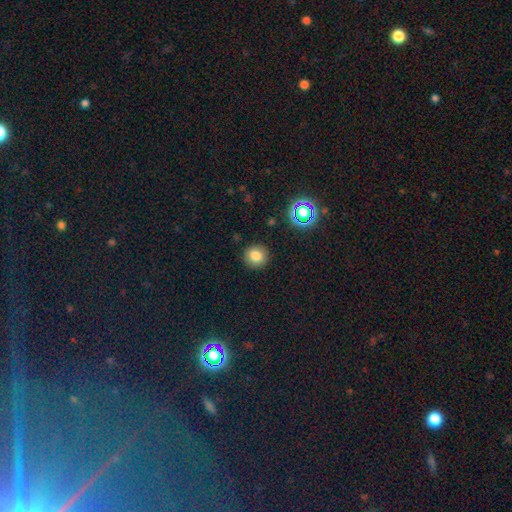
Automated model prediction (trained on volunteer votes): This appears to be a smooth galaxy with no disk features (80%) that is round (93%). Merging: none (90%).